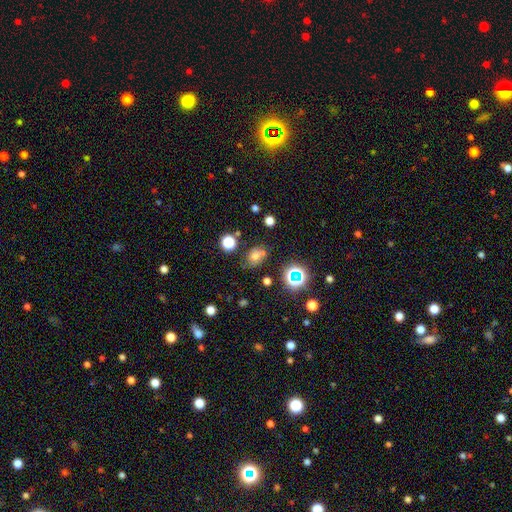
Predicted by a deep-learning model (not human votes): Smooth or featured: smooth — 55% (star or artifact — 32%)
How rounded: in between — 50% (round — 49%)
Merging: none — 70% (minor disturbance — 16%)